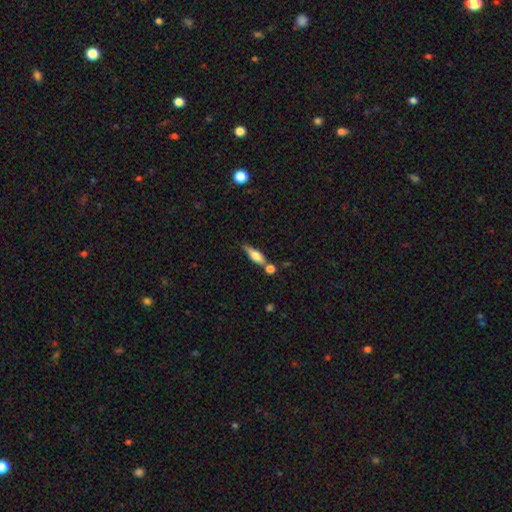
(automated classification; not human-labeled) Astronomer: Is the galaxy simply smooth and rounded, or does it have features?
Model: smooth — 57% (runner-up: featured or disk, 35%).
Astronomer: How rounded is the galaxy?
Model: cigar-shaped — 49% (runner-up: in between, 47%).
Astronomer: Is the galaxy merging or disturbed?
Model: none — 51%.